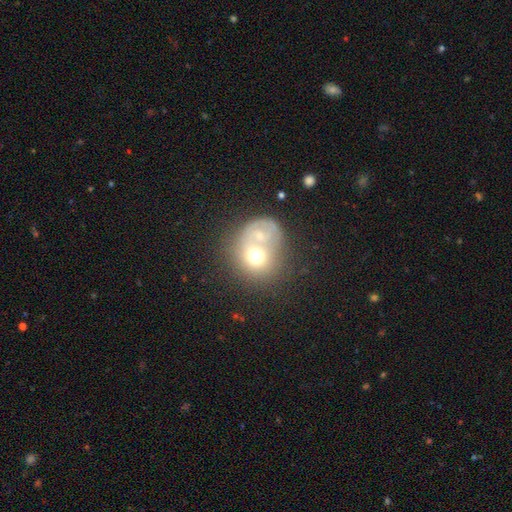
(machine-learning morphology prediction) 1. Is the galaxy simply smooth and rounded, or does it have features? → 60% smooth, 29% featured or disk, 11% star or artifact.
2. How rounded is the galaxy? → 75% round, 24% in between, 1% cigar-shaped.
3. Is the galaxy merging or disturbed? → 59% merger, 23% none, 9% minor disturbance, 9% major disturbance.